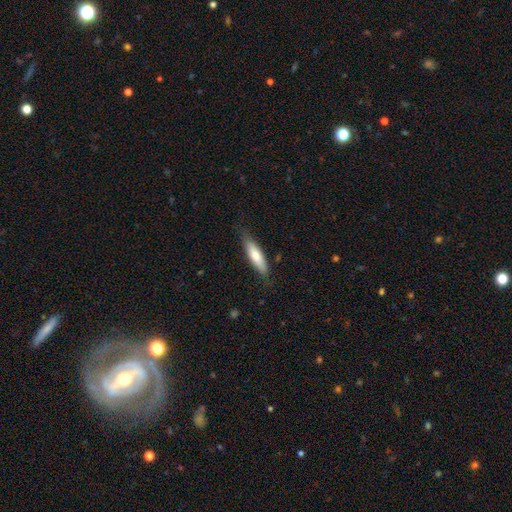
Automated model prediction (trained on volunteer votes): Smooth or featured?
  - smooth: 73% *
  - featured or disk: 22%
  - star or artifact: 5%
How rounded?
  - cigar-shaped: 65% *
  - in between: 34%
  - round: 1%
Merging?
  - none: 80% *
  - minor disturbance: 16%
  - major disturbance: 3%
  - merger: 1%